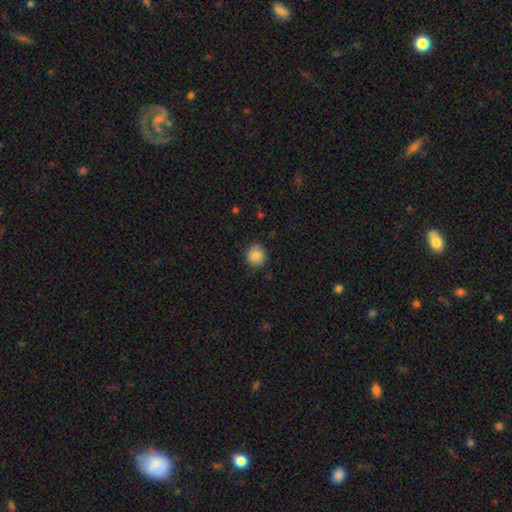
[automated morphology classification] smooth_or_featured: smooth (p=0.86) [alt: star or artifact p=0.09]
how_rounded: round (p=0.82) [alt: in between p=0.17]
merging: none (p=0.87) [alt: minor disturbance p=0.10]